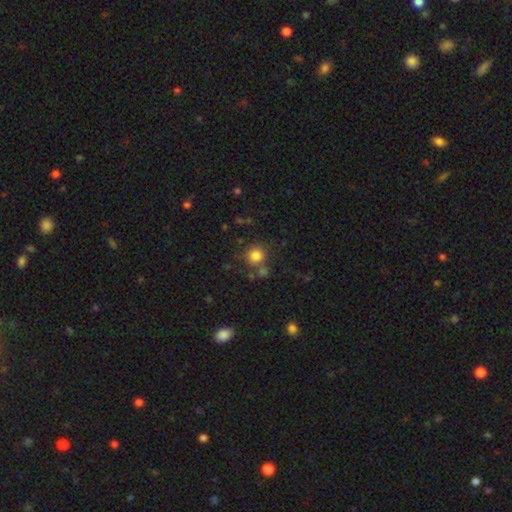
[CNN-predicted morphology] smooth_or_featured: smooth (p=0.81) [alt: star or artifact p=0.13]
how_rounded: round (p=0.91) [alt: in between p=0.08]
merging: none (p=0.74) [alt: merger p=0.11]